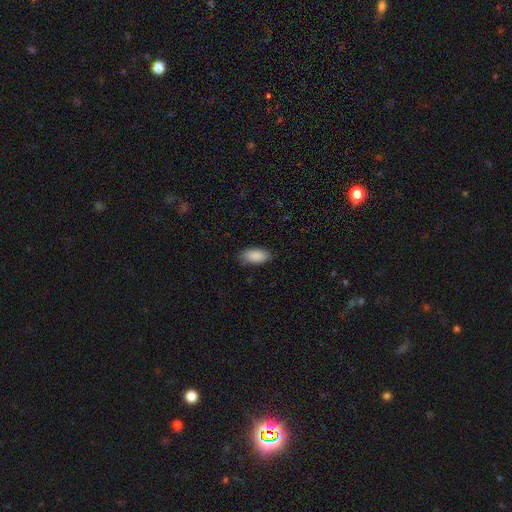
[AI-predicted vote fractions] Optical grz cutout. It shows a smooth galaxy with no disk features (89%) that is in between round and cigar-shaped (91%). Merging: none (81%).